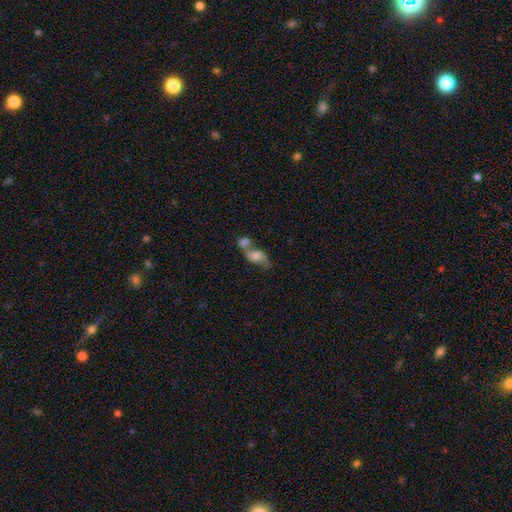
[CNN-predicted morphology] The model was most divided on "smooth or featured": smooth: 56%, featured or disk: 36%, star or artifact: 9%. More confident: how rounded — in between (82%); merging — merger (65%).